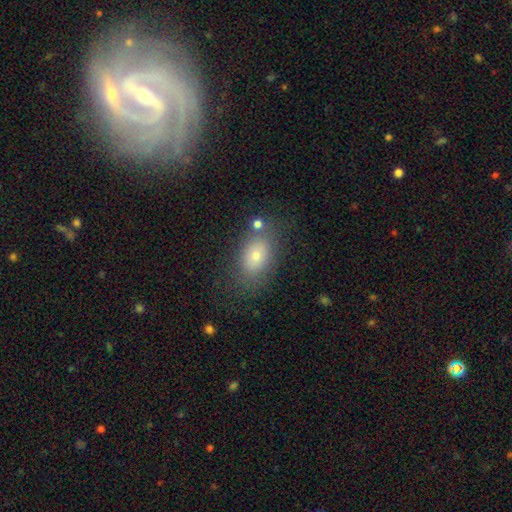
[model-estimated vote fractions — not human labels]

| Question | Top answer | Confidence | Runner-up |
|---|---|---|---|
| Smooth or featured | smooth | 71% | featured or disk (17%) |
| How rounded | in between | 83% | round (15%) |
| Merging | none | 71% | minor disturbance (15%) |